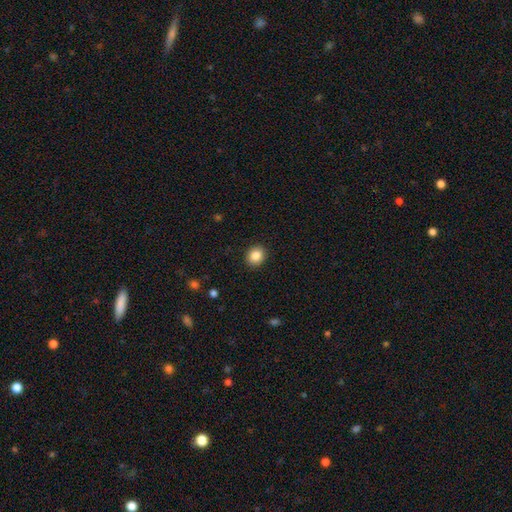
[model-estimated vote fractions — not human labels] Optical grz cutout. It shows a smooth galaxy with no disk features (85%) that is round (74%). Merging: none (91%).